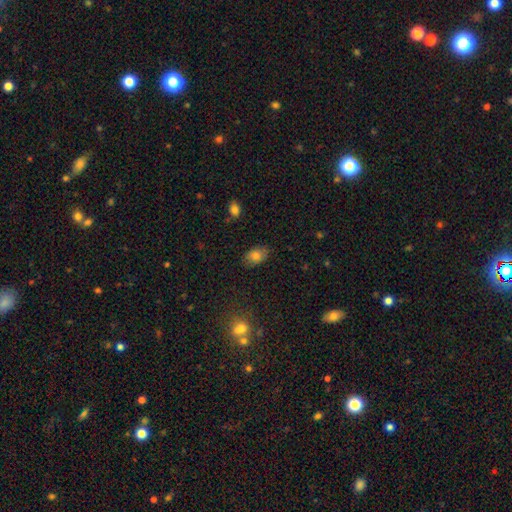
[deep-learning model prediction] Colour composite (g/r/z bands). It shows a smooth galaxy with no disk features (81%) that is in between round and cigar-shaped (88%). Merging: none (82%).